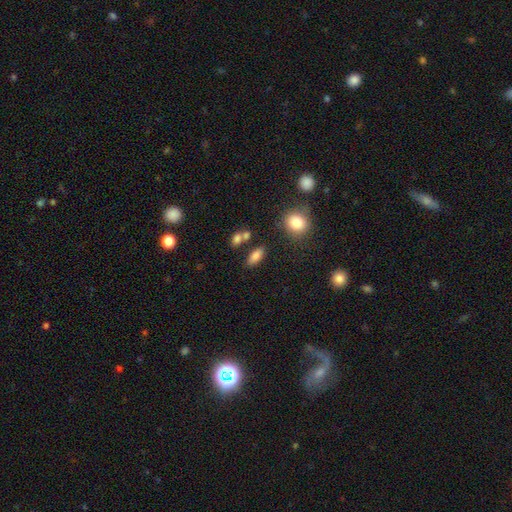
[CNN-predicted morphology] The model was most divided on "merging": none: 71%, merger: 12%, minor disturbance: 12%, major disturbance: 4%. More confident: smooth or featured — smooth (81%); how rounded — in between (80%).